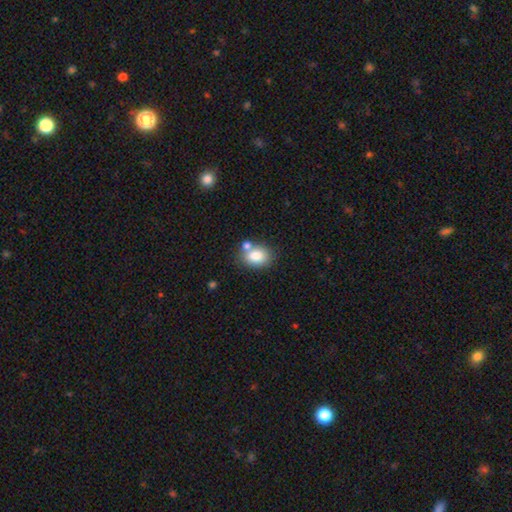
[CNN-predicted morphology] This appears to be a smooth galaxy with no disk features (82%) that is in between round and cigar-shaped (65%). Merging: none (59%).